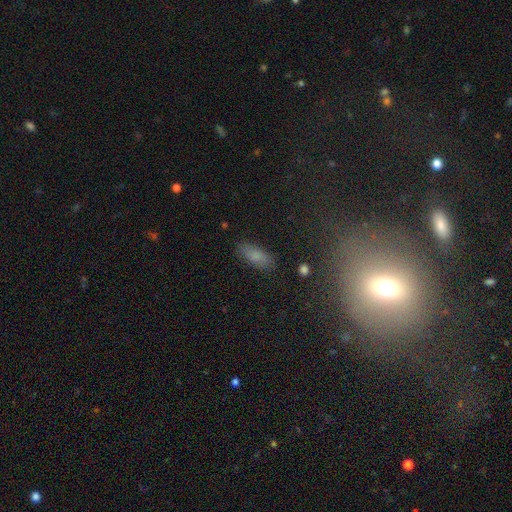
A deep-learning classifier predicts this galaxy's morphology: Q: Smooth or featured?
A: smooth (78%); runner-up: star or artifact (12%)
Q: How rounded?
A: in between (81%); runner-up: cigar-shaped (16%)
Q: Merging?
A: none (83%); runner-up: minor disturbance (12%)